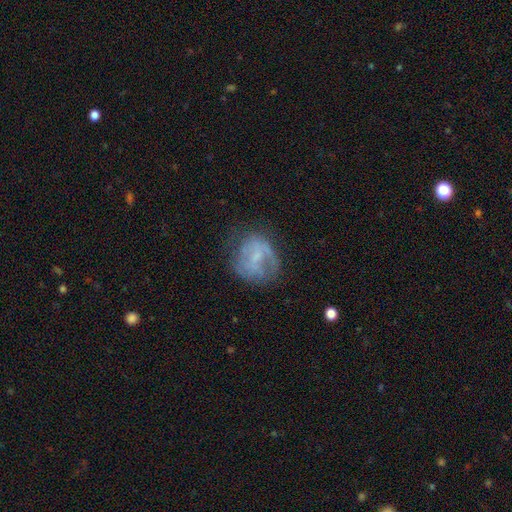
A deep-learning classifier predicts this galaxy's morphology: This appears to be a featured or disk galaxy (50%). Merging: none (52%).